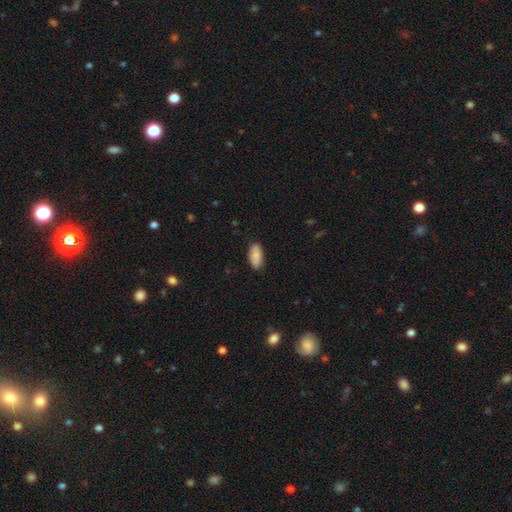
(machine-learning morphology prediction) This is clearly a smooth galaxy (80%). How rounded: clearly in between (87%). Merging: likely none (79%).